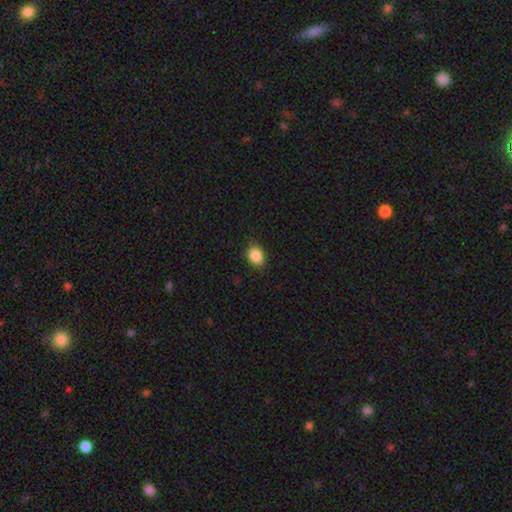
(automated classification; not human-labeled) Smooth or featured?
  - smooth: 87% *
  - star or artifact: 9%
  - featured or disk: 4%
How rounded?
  - in between: 55% *
  - round: 44%
  - cigar-shaped: 1%
Merging?
  - none: 84% *
  - minor disturbance: 13%
  - major disturbance: 2%
  - merger: 1%